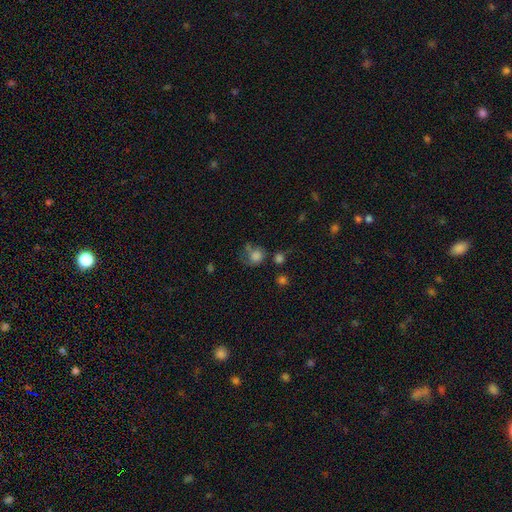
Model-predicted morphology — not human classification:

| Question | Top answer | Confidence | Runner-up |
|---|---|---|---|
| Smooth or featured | smooth | 72% | featured or disk (16%) |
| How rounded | round | 72% | in between (27%) |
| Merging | none | 38% | major disturbance (25%) |